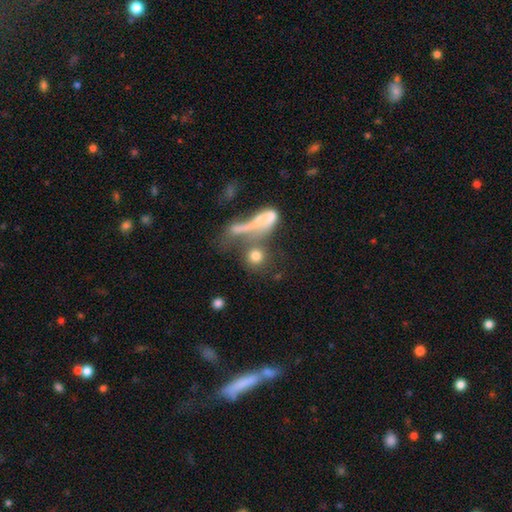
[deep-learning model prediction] smooth_or_featured: smooth (p=0.73) [alt: featured or disk p=0.15]
how_rounded: round (p=0.80) [alt: in between p=0.13]
merging: none (p=0.44) [alt: merger p=0.33]